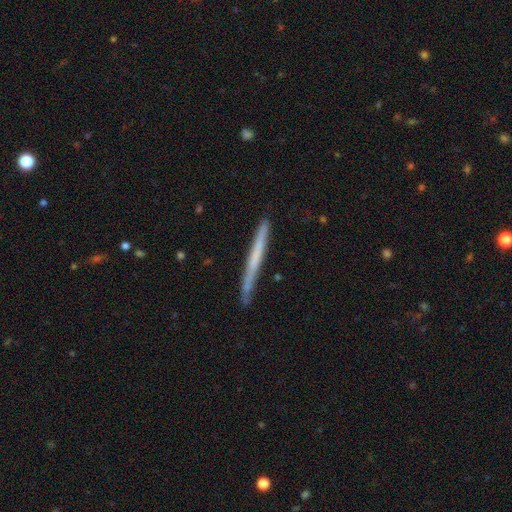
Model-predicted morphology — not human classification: A smooth galaxy with no disk features (49%).

Vote fractions:
- Smooth or featured? smooth: 49% / featured or disk: 45% / star or artifact: 6%
- Merging? none: 84% / minor disturbance: 13% / major disturbance: 2% / merger: 2%